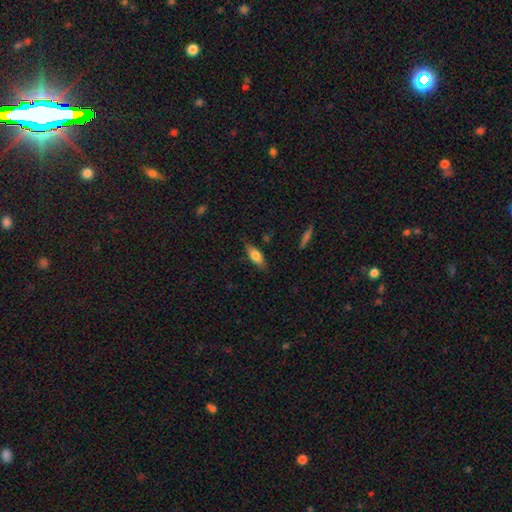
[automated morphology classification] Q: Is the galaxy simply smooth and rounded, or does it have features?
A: smooth — 71%.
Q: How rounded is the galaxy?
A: in between — 67%.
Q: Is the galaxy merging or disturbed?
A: none — 80%.